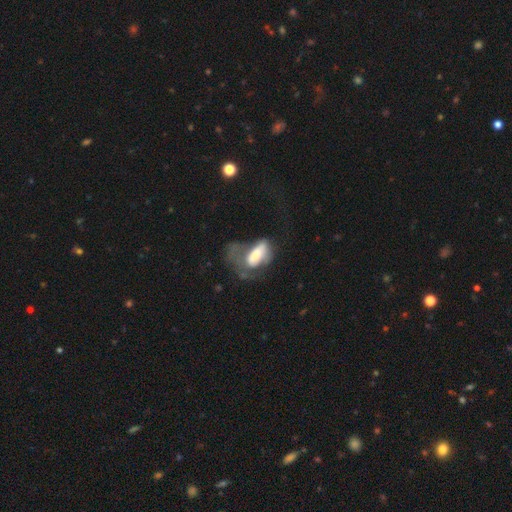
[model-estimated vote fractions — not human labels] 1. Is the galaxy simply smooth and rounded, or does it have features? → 56% smooth, 36% featured or disk, 8% star or artifact.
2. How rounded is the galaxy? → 85% in between, 11% cigar-shaped, 4% round.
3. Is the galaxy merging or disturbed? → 58% major disturbance, 19% minor disturbance, 18% none, 5% merger.